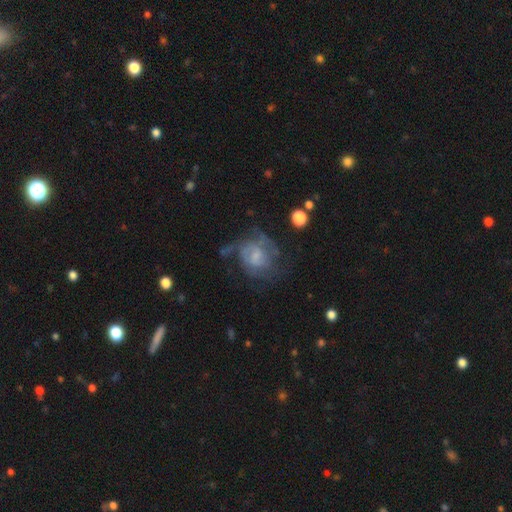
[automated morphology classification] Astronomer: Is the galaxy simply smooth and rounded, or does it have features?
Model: featured or disk — 64%.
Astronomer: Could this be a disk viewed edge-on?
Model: no — 98%.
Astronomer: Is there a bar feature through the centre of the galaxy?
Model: no — 58% (runner-up: weak, 36%).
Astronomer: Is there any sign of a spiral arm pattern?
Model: yes — 71%.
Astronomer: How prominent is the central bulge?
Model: small — 42% (runner-up: moderate, 29%).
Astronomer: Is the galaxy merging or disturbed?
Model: none — 43% (runner-up: major disturbance, 30%).